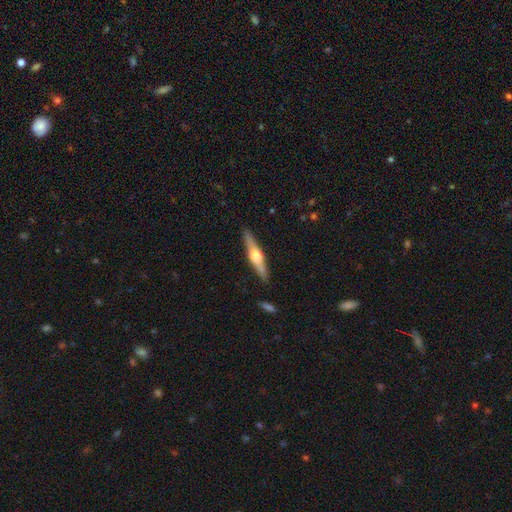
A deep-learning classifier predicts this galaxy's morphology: Smooth or featured? Predicted: featured or disk (p=0.68). Edge-on disk? Predicted: yes (p=0.97). Edge-on bulge? Predicted: rounded (p=0.93). Merging? Predicted: none (p=0.89).